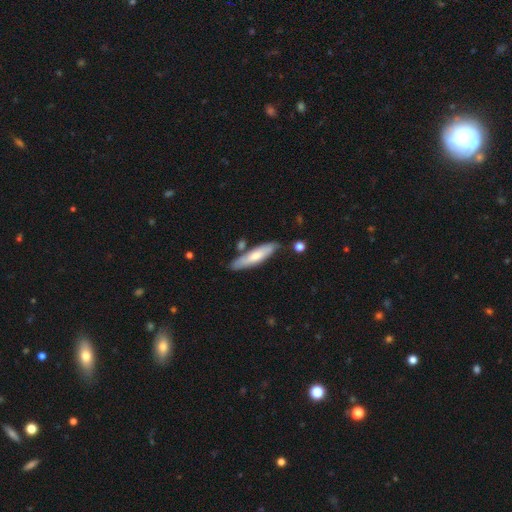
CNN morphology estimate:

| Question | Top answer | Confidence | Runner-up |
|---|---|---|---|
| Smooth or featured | smooth | 64% | featured or disk (31%) |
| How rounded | cigar-shaped | 73% | in between (25%) |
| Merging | none | 73% | minor disturbance (16%) |